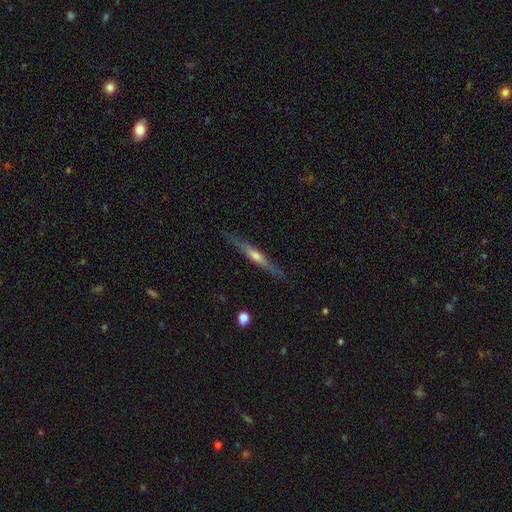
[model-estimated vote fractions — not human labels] Smooth or featured: featured or disk — 71% (smooth — 23%)
Edge-on disk: yes — 97% (no — 3%)
Edge-on bulge: rounded — 73% (none — 20%)
Merging: none — 88% (minor disturbance — 9%)